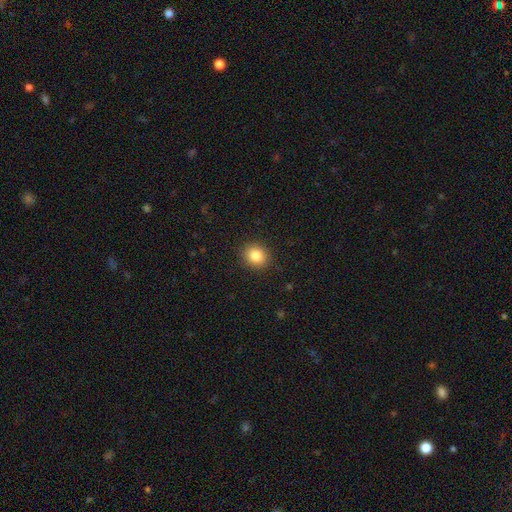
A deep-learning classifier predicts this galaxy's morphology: A smooth galaxy with no disk features (84%) that is round (73%).

Vote fractions:
- Smooth or featured? smooth: 84% / star or artifact: 10% / featured or disk: 6%
- How rounded? round: 73% / in between: 27% / cigar-shaped: 1%
- Merging? none: 90% / minor disturbance: 7% / major disturbance: 2% / merger: 1%